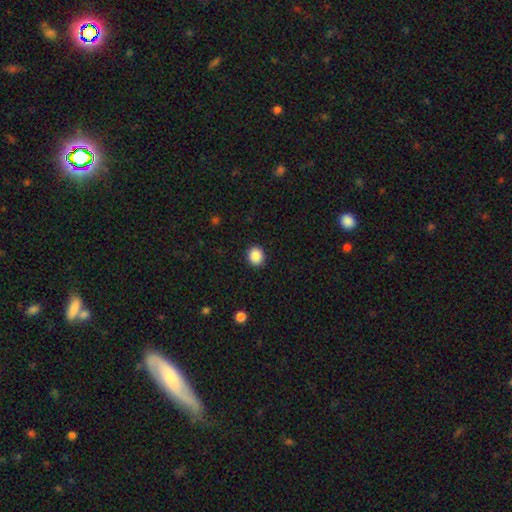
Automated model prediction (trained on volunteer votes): Smooth or featured: smooth — 88% (star or artifact — 9%)
How rounded: round — 77% (in between — 22%)
Merging: none — 91% (minor disturbance — 6%)